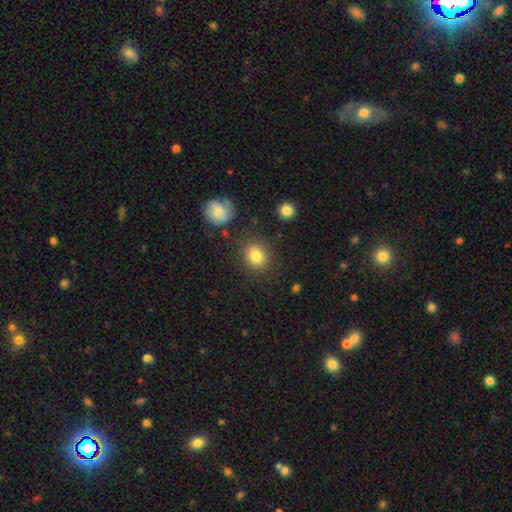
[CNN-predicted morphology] smooth-or-featured: smooth: 83% | star or artifact: 10% | featured or disk: 7%
  how-rounded: round: 67% | in between: 32% | cigar-shaped: 1%
  merging: none: 82% | minor disturbance: 11% | merger: 4% | major disturbance: 4%